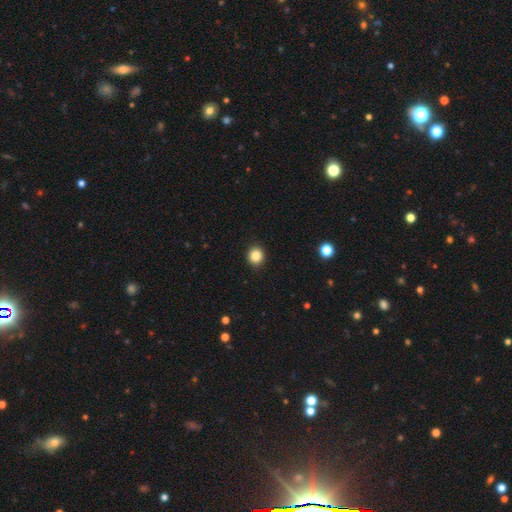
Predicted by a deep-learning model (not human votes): This appears to be a smooth galaxy with no disk features (85%) that is round (85%). Merging: none (92%).